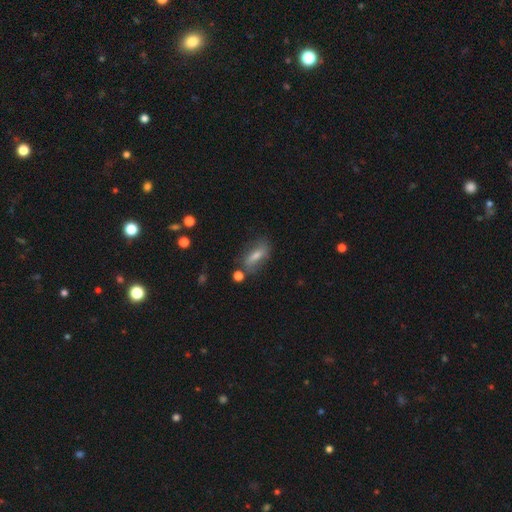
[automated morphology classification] Smooth or featured? Predicted: smooth (p=0.60). How rounded? Predicted: in between (p=0.65). Merging? Predicted: none (p=0.64).